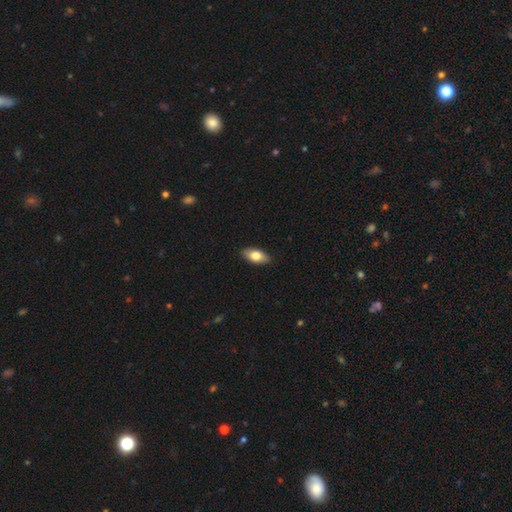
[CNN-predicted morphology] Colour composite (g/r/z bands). It shows a smooth galaxy with no disk features (76%) that is in between round and cigar-shaped (89%). Merging: none (89%).